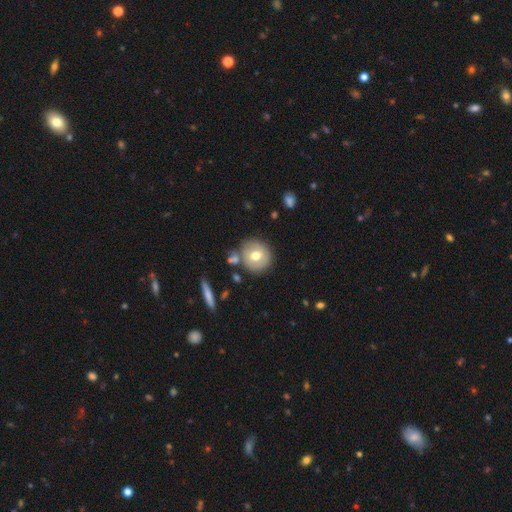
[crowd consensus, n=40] Smooth or featured? smooth (50%)
How rounded? round (90%)
Merging? none (65%)